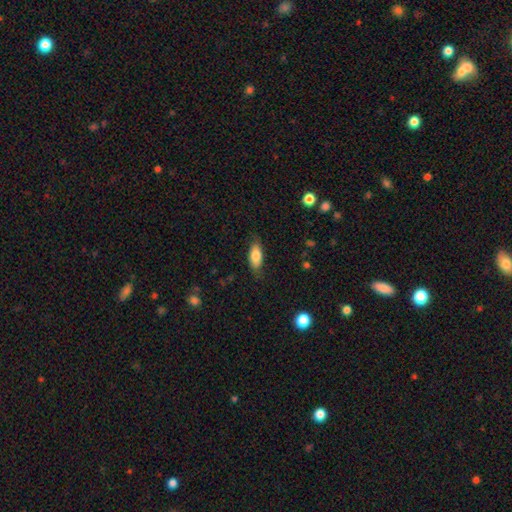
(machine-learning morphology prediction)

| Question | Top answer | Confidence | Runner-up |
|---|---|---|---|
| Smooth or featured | smooth | 81% | featured or disk (12%) |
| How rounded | in between | 80% | cigar-shaped (17%) |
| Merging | none | 79% | minor disturbance (17%) |